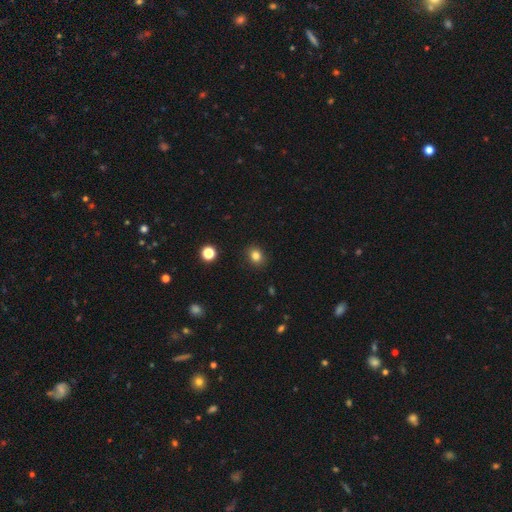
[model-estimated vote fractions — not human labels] Overall: smooth (82%). How rounded: round (66%; in between 33%). Merging: none (89%).